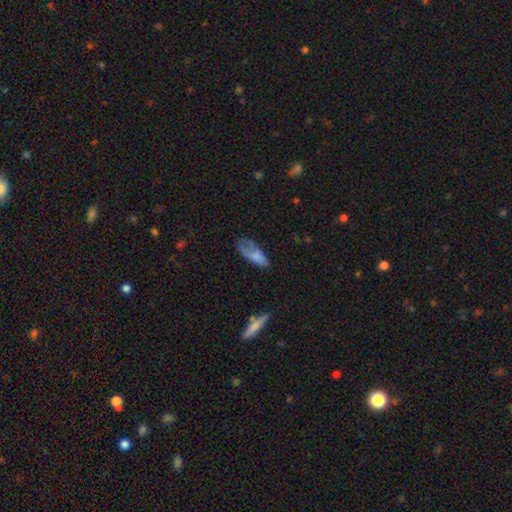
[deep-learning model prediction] A smooth galaxy with no disk features (69%) that is in between round and cigar-shaped (76%).

Vote fractions:
- Smooth or featured? smooth: 69% / featured or disk: 23% / star or artifact: 9%
- How rounded? in between: 76% / cigar-shaped: 21% / round: 3%
- Merging? none: 39% / minor disturbance: 32% / major disturbance: 25% / merger: 4%